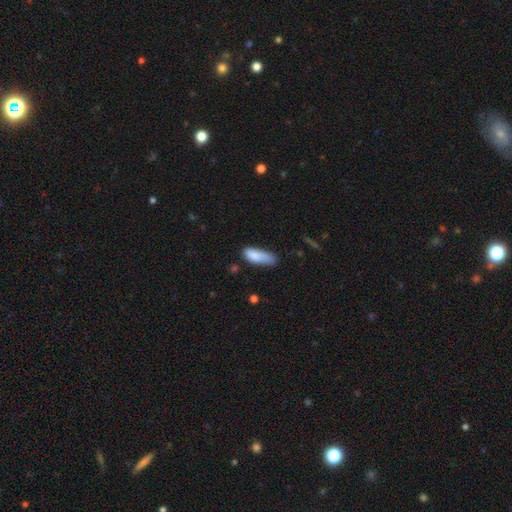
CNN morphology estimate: Smooth or featured? Predicted: smooth (p=0.84). How rounded? Predicted: in between (p=0.63). Merging? Predicted: none (p=0.44).